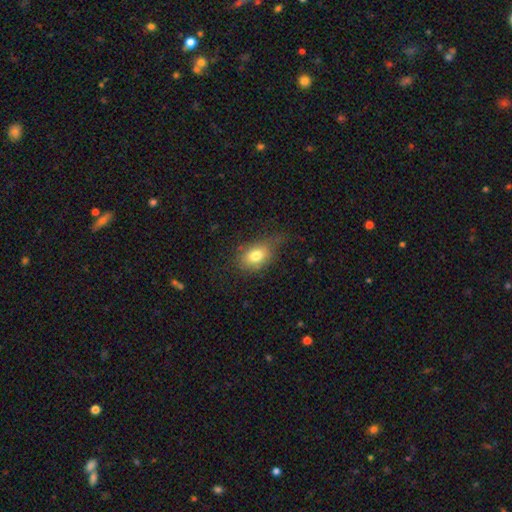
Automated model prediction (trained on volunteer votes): A smooth galaxy with no disk features (77%) that is in between round and cigar-shaped (77%). Merging: none (54%).